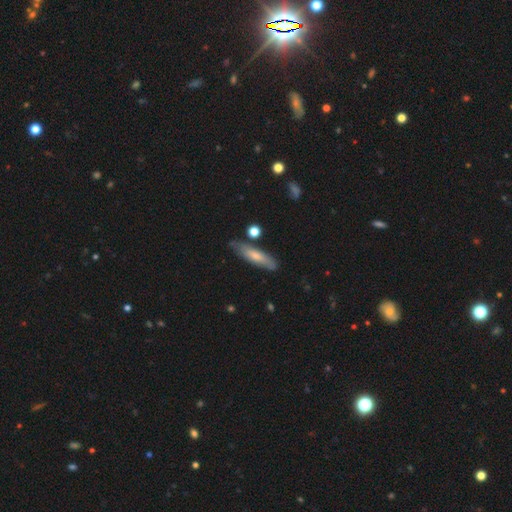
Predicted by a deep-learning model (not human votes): Overall: smooth (61%; featured or disk 33%). How rounded: cigar-shaped (73%). Merging: none (76%).